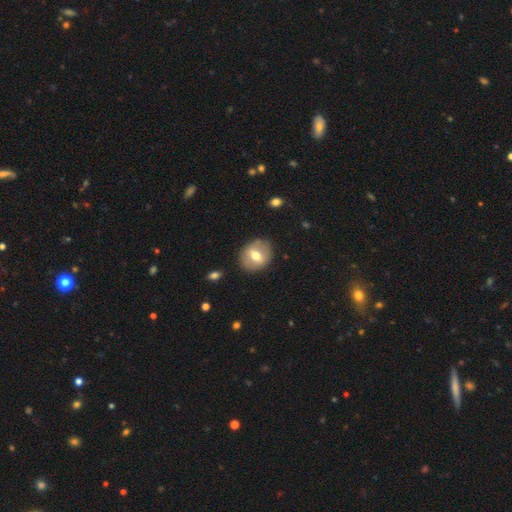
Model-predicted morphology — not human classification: Smooth or featured? Predicted: smooth (p=0.48). Merging? Predicted: none (p=0.84).